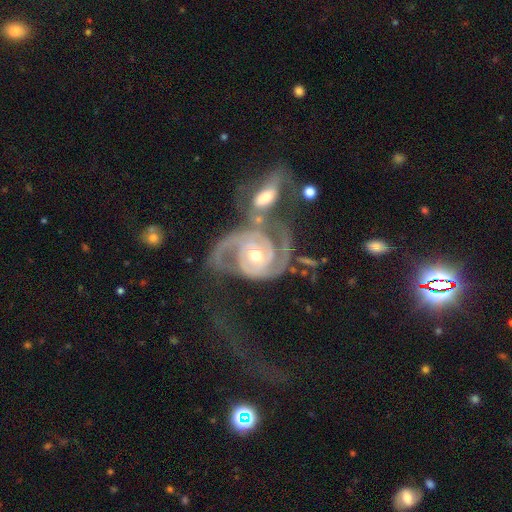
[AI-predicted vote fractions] A featured or disk galaxy (92%) with no bar (57%), 2 (76%) tight (52%) spiral arms (98%) and a moderate central bulge (66%). Merging: merger (44%).